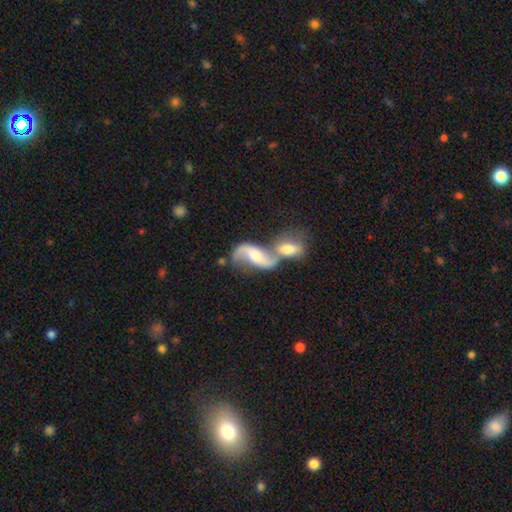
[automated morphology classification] Q: Smooth or featured?
A: featured or disk (73%); runner-up: smooth (20%)
Q: Edge-on disk?
A: no (94%); runner-up: yes (6%)
Q: Bar?
A: no (45%); runner-up: weak (38%)
Q: Spiral arms?
A: yes (90%); runner-up: no (10%)
Q: Spiral winding?
A: loose (83%); runner-up: medium (14%)
Q: Spiral arm count?
A: 2 (88%); runner-up: 1 (5%)
Q: Bulge size?
A: moderate (44%); runner-up: small (27%)
Q: Merging?
A: merger (69%); runner-up: none (19%)